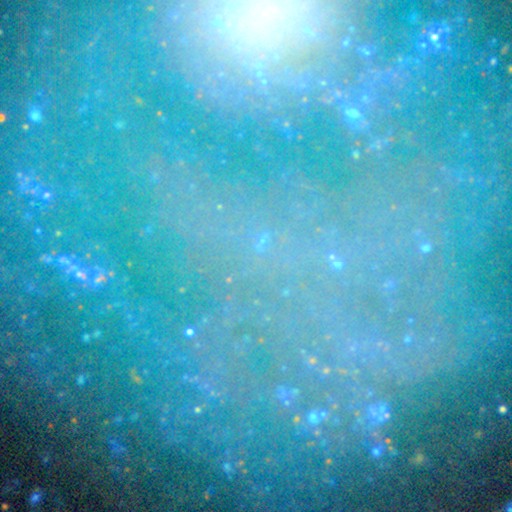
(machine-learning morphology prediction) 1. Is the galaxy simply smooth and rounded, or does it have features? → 61% star or artifact, 25% featured or disk, 14% smooth.